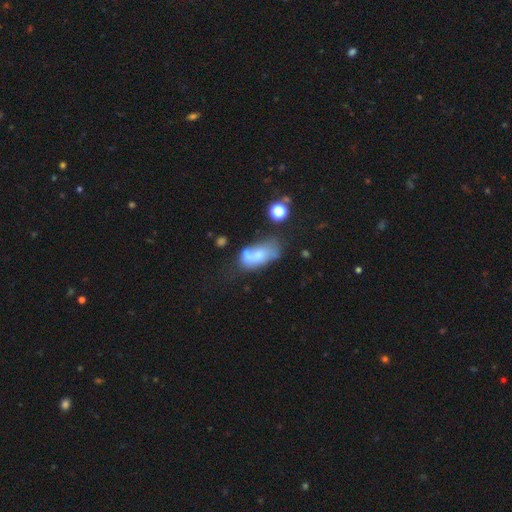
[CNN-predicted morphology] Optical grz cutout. It shows a smooth galaxy with no disk features (55%) that is in between round and cigar-shaped (88%). Merging: none (29%).